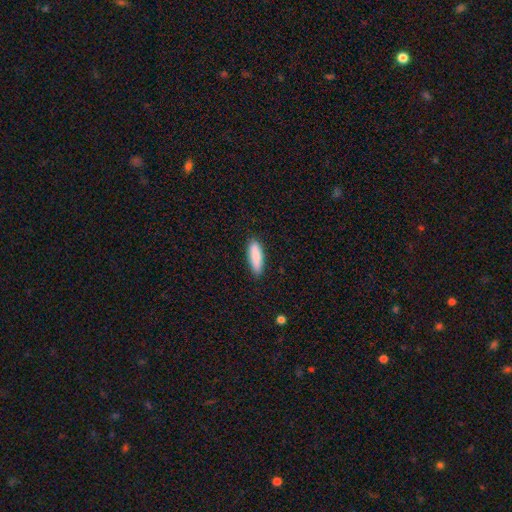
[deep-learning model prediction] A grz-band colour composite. It shows a smooth galaxy with no disk features (87%) that is cigar-shaped (58%). Merging: none (87%).